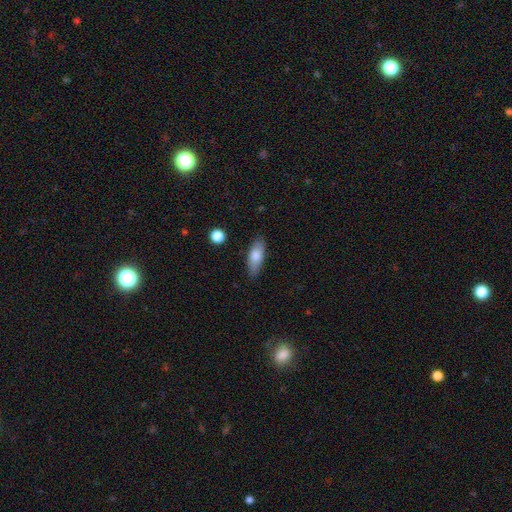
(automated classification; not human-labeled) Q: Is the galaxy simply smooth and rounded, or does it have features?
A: smooth — 77%.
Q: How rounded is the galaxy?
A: in between — 68%.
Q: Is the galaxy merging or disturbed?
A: none — 83%.